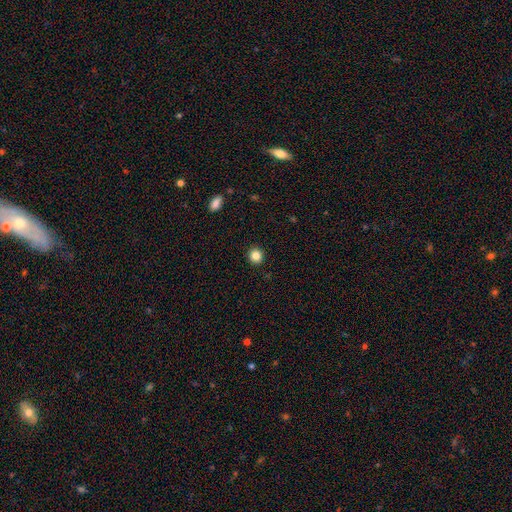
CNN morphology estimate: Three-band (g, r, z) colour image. It shows a smooth galaxy with no disk features (84%) that is round (92%). Merging: none (93%).